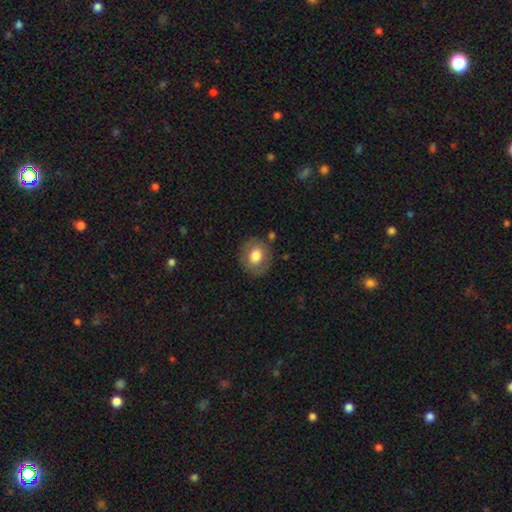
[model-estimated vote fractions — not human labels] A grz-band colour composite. It shows a smooth galaxy with no disk features (73%) that is round (67%). Merging: none (81%).